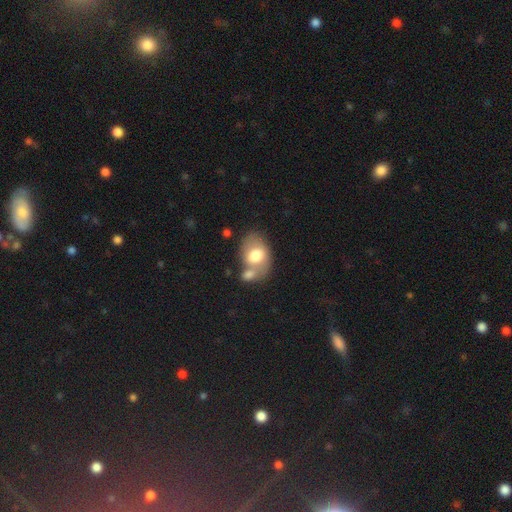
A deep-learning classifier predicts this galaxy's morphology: smooth-or-featured: smooth: 67% | featured or disk: 26% | star or artifact: 7%
  how-rounded: in between: 78% | round: 21% | cigar-shaped: 1%
  merging: merger: 38% (tied) | none: 38% (tied) | minor disturbance: 16% | major disturbance: 7%